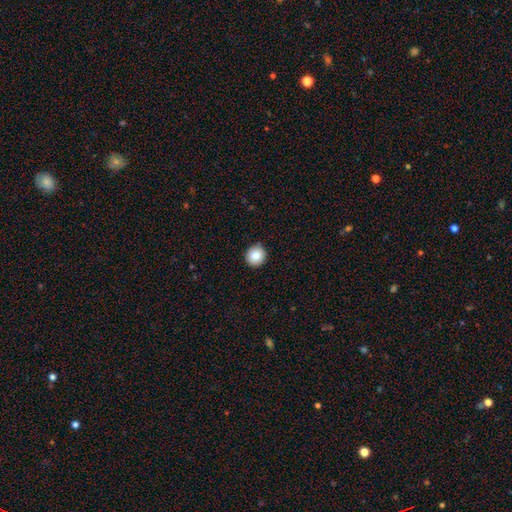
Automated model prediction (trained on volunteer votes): A smooth galaxy with no disk features (83%) that is round (92%).

Vote fractions:
- Smooth or featured? smooth: 83% / star or artifact: 9% / featured or disk: 8%
- How rounded? round: 92% / in between: 7% / cigar-shaped: 1%
- Merging? none: 90% / minor disturbance: 7% / major disturbance: 2% / merger: 1%